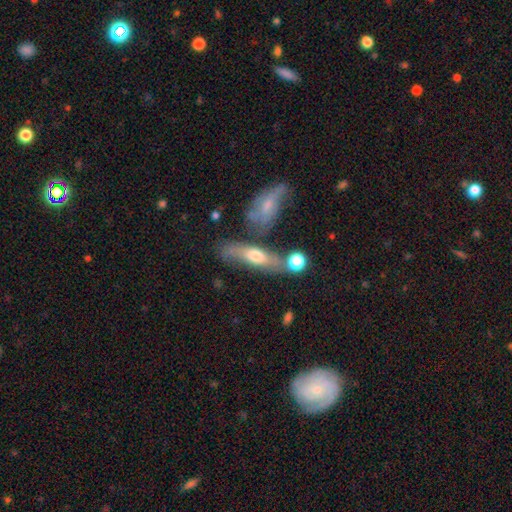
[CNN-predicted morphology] Smooth or featured? featured or disk (46%)
Merging? none (52%)